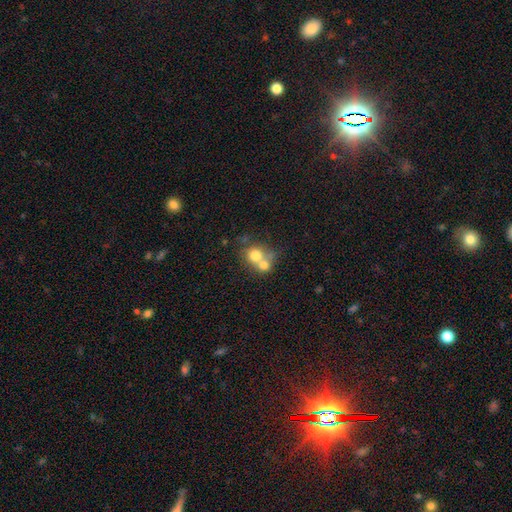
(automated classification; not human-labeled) Smooth or featured?
  - smooth: 71% *
  - featured or disk: 19%
  - star or artifact: 10%
How rounded?
  - round: 77% *
  - in between: 22%
  - cigar-shaped: 1%
Merging?
  - merger: 62% *
  - none: 28%
  - minor disturbance: 6%
  - major disturbance: 3%